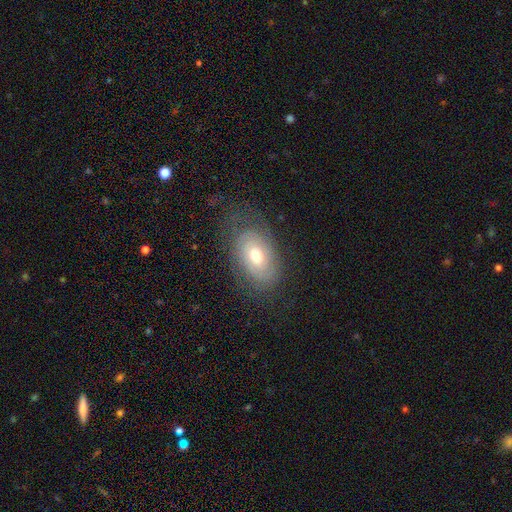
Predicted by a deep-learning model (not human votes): Overall: featured or disk (58%; smooth 33%). Edge-on disk: no (93%). Bar: no (72%). Spiral arms: yes (73%). Bulge size: moderate (63%; small 30%). Merging: none (67%).